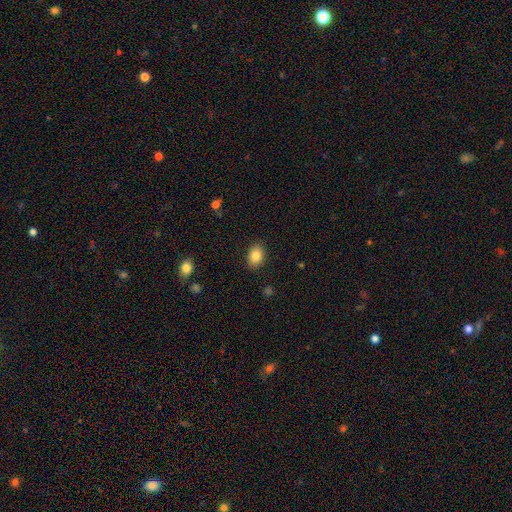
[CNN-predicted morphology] Overall: smooth (85%). How rounded: in between (77%). Merging: none (88%).